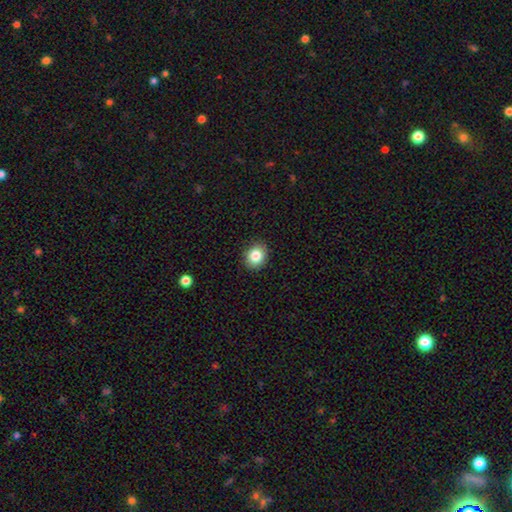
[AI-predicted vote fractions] This appears to be a smooth galaxy with no disk features (84%) that is round (64%). Merging: none (89%).